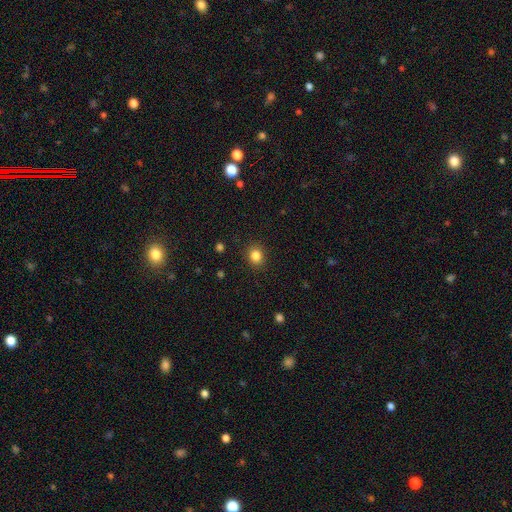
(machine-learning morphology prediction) Smooth or featured?
  - smooth: 84% *
  - star or artifact: 11%
  - featured or disk: 5%
How rounded?
  - round: 69% *
  - in between: 30%
  - cigar-shaped: 1%
Merging?
  - none: 89% *
  - minor disturbance: 8%
  - major disturbance: 2%
  - merger: 1%